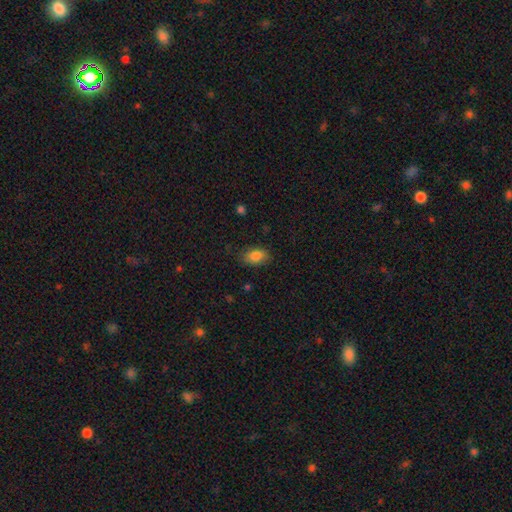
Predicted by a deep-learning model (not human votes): Overall: smooth (84%). How rounded: in between (86%). Merging: none (79%).